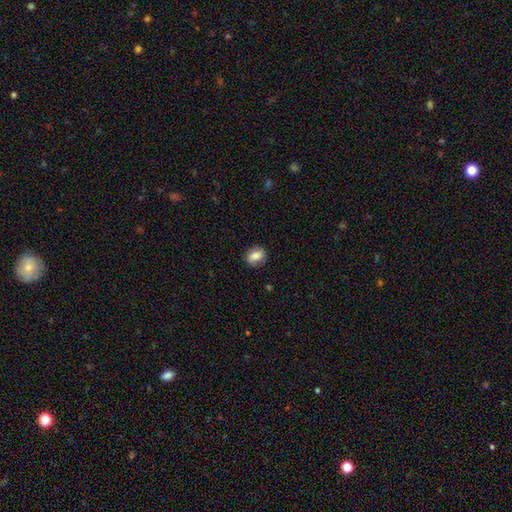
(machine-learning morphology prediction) Smooth or featured? Predicted: smooth (p=0.80). How rounded? Predicted: in between (p=0.52). Merging? Predicted: none (p=0.86).